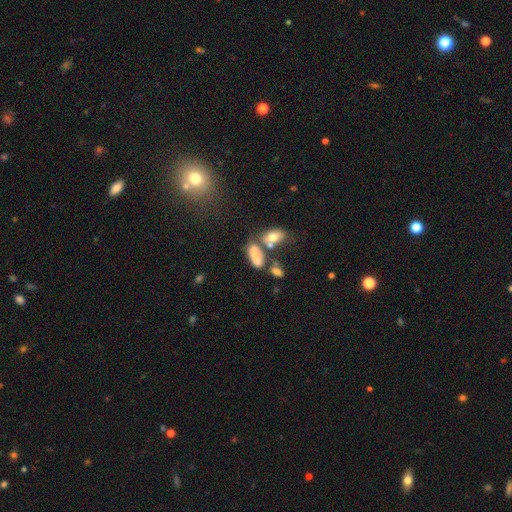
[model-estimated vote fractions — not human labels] A smooth galaxy with no disk features (73%) that is in between round and cigar-shaped (74%). Merging: none (39%).